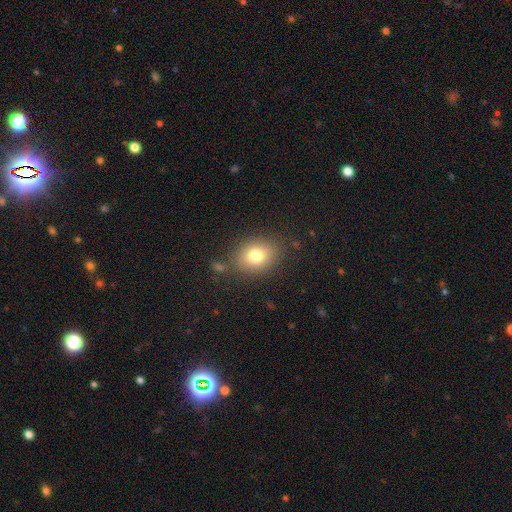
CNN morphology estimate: The model was most divided on "how rounded": in between: 56%, round: 43%, cigar-shaped: 1%. More confident: smooth or featured — smooth (79%); merging — none (78%).